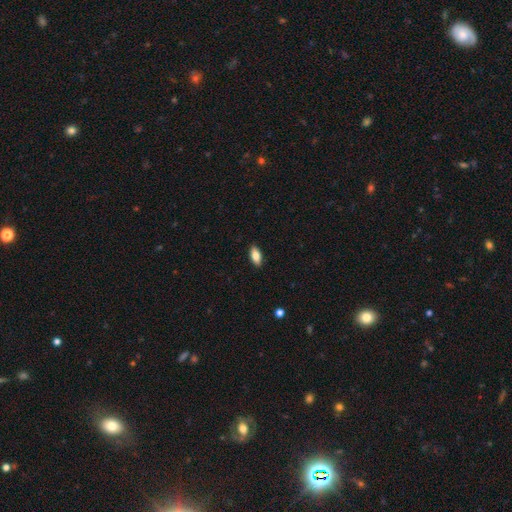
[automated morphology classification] Smooth or featured? Predicted: smooth (p=0.80). How rounded? Predicted: in between (p=0.87). Merging? Predicted: none (p=0.89).